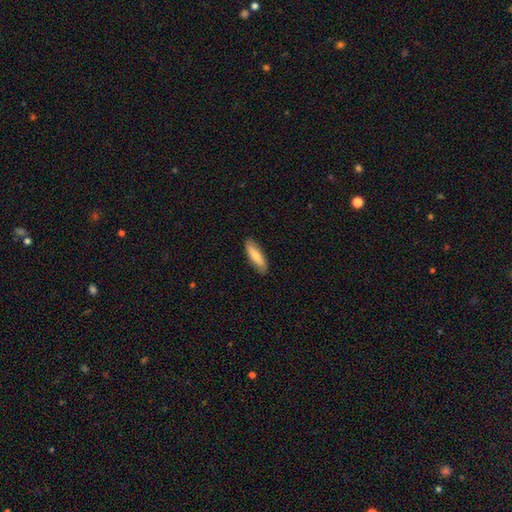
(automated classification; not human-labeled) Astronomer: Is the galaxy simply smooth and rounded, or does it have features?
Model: smooth — 75%.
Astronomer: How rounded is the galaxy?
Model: cigar-shaped — 55% (runner-up: in between, 43%).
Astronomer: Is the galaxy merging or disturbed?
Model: none — 85%.